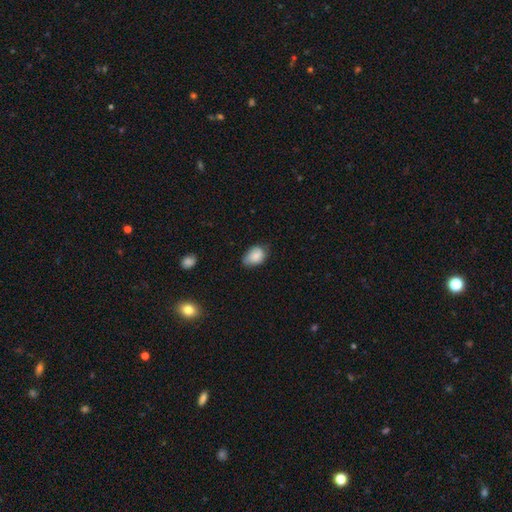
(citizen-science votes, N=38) Smooth or featured: smooth — 87% (featured or disk — 11%)
How rounded: in between — 79% (round — 21%)
Merging: none — 65% (minor disturbance — 30%)